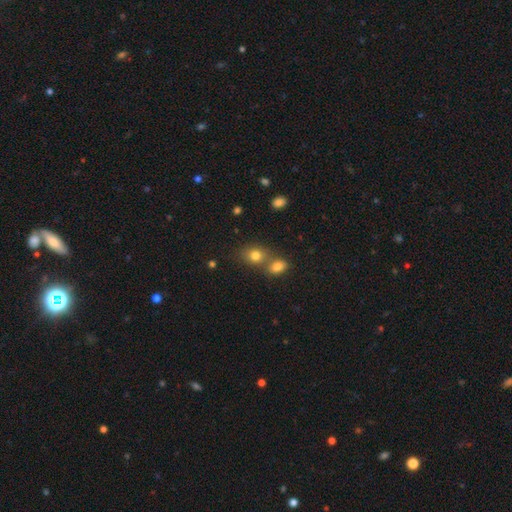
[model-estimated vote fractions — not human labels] Smooth or featured?
  - smooth: 79% *
  - star or artifact: 12%
  - featured or disk: 9%
How rounded?
  - round: 50% *
  - in between: 48%
  - cigar-shaped: 1%
Merging?
  - none: 46% *
  - merger: 42%
  - minor disturbance: 9%
  - major disturbance: 3%